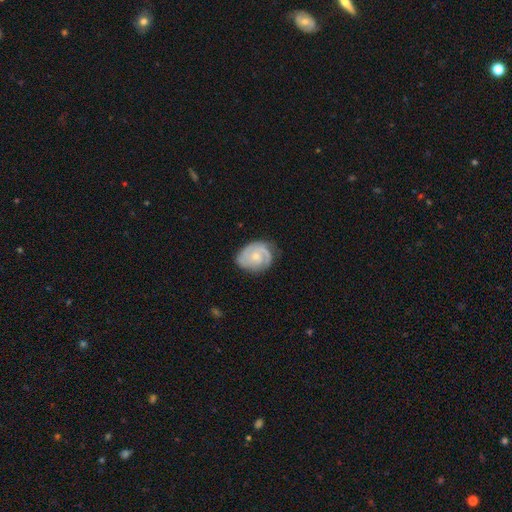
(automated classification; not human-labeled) Overall: featured or disk (75%). Edge-on disk: no (98%). Bar: no (72%). Spiral arms: yes (93%). Spiral arm count: 2 (46%; can't tell 19%). Spiral winding: tight (60%; medium 31%). Bulge size: small (53%; moderate 39%). Merging: none (68%).